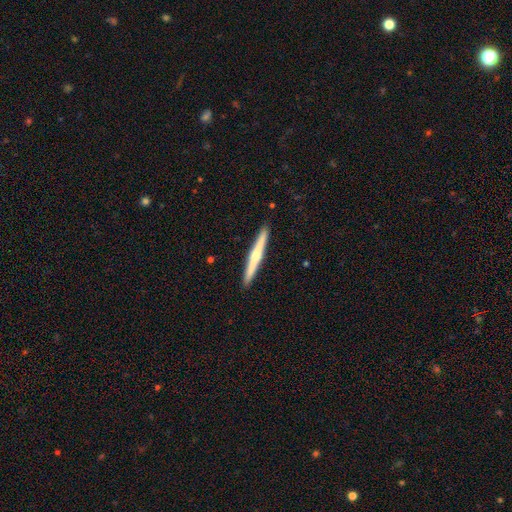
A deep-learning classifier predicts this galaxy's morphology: This appears to be a featured or disk galaxy (59%) viewed edge-on (98%) with a rounded central bulge (74%). Merging: none (93%).